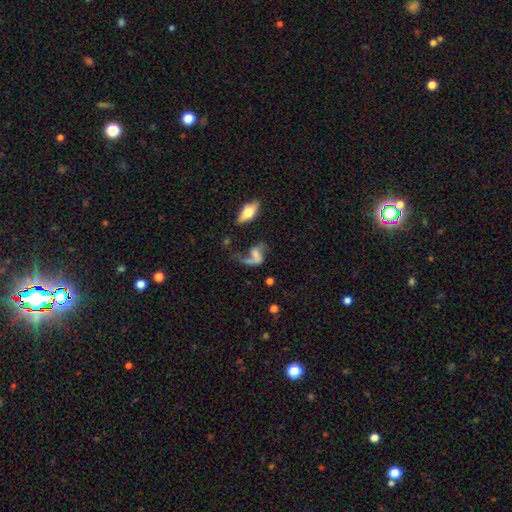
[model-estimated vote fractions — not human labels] smooth_or_featured: featured or disk (p=0.62) [alt: smooth p=0.27]
disk_edge_on: no (p=0.94) [alt: yes p=0.06]
bar: no (p=0.55) [alt: weak p=0.31]
has_spiral_arms: yes (p=0.77) [alt: no p=0.23]
bulge_size: none (p=0.47) [alt: small p=0.26]
merging: major disturbance (p=0.38) [alt: none p=0.32]